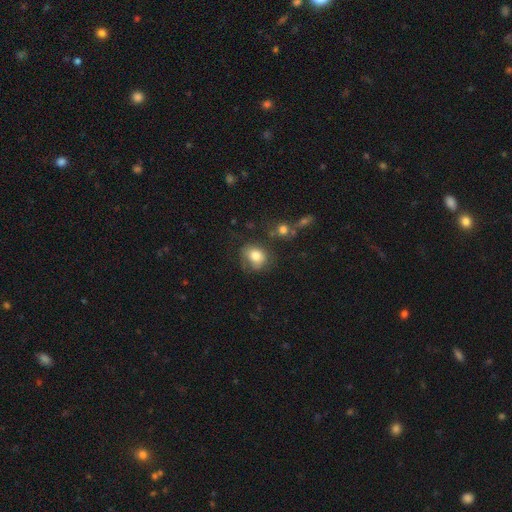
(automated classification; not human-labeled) A smooth galaxy with no disk features (78%) that is round (59%).

Vote fractions:
- Smooth or featured? smooth: 78% / featured or disk: 13% / star or artifact: 9%
- How rounded? round: 59% / in between: 41% / cigar-shaped: 1%
- Merging? none: 59% / minor disturbance: 25% / major disturbance: 12% / merger: 5%